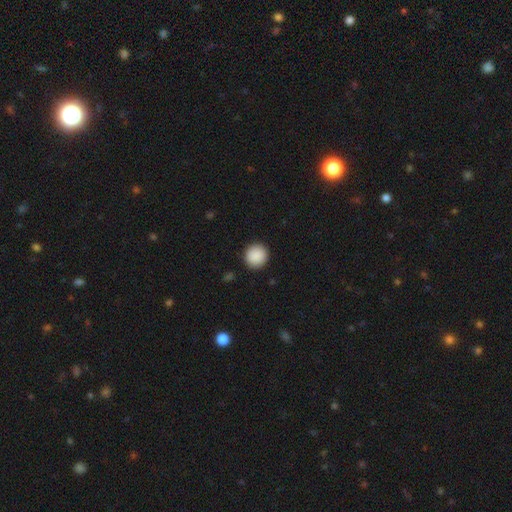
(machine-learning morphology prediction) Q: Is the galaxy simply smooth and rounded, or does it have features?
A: smooth — 90%.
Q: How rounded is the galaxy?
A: round — 93%.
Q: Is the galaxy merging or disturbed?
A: none — 92%.